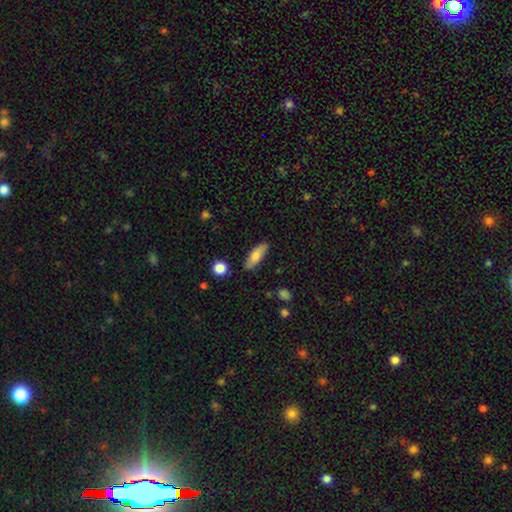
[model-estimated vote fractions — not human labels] smooth-or-featured: smooth: 78% | featured or disk: 16% | star or artifact: 6%
  how-rounded: in between: 66% | cigar-shaped: 32% | round: 2%
  merging: none: 83% | minor disturbance: 12% | major disturbance: 3% | merger: 2%